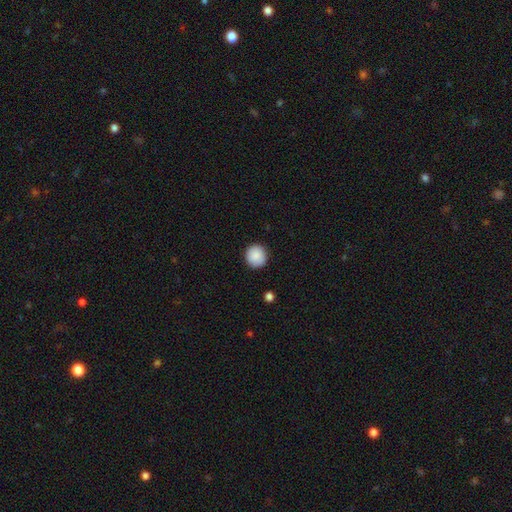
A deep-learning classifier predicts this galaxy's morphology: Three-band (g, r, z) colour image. It shows a smooth galaxy with no disk features (88%) that is round (92%). Merging: none (90%).